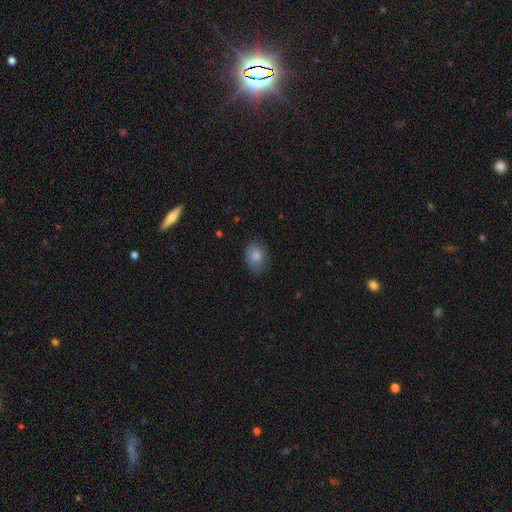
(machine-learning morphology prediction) The model was most divided on "how rounded": in between: 68%, round: 31%, cigar-shaped: 1%. More confident: smooth or featured — smooth (80%); merging — none (65%).